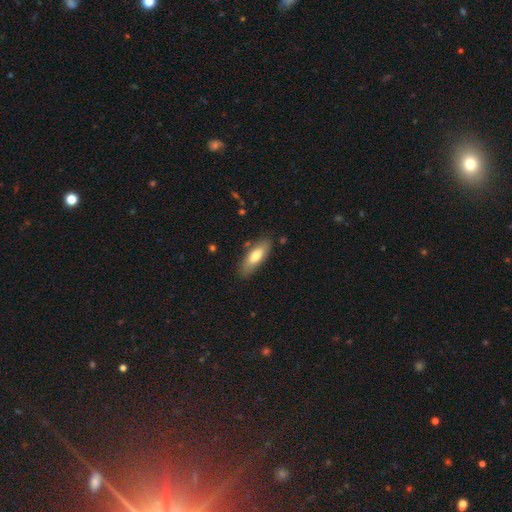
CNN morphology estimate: A smooth galaxy with no disk features (70%) that is in between round and cigar-shaped (62%). Merging: none (83%).